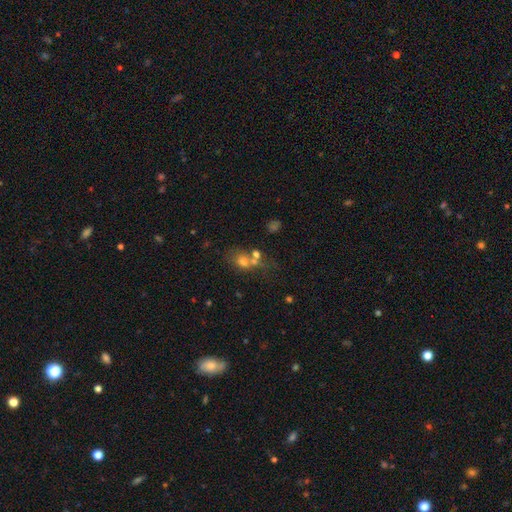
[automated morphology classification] Smooth or featured: smooth — 61% (featured or disk — 20%)
How rounded: round — 64% (in between — 34%)
Merging: merger — 47% (none — 36%)